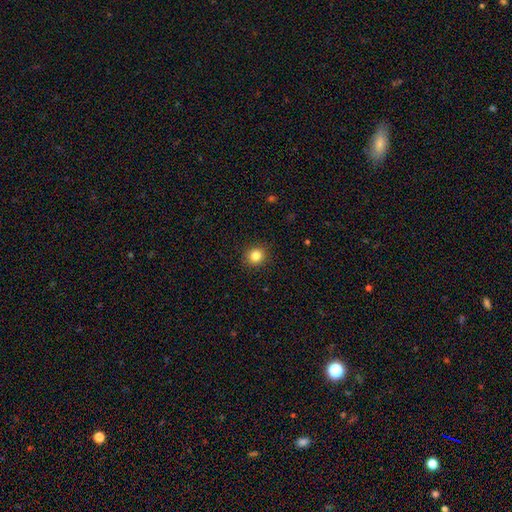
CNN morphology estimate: A smooth galaxy with no disk features (84%) that is round (86%). Merging: none (91%).